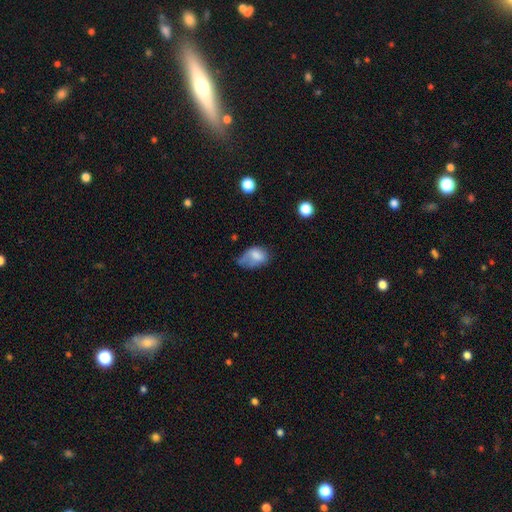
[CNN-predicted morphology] The model was most divided on "merging": minor disturbance: 39%, major disturbance: 29%, none: 27%, merger: 5%. More confident: how rounded — in between (84%); smooth or featured — smooth (74%).